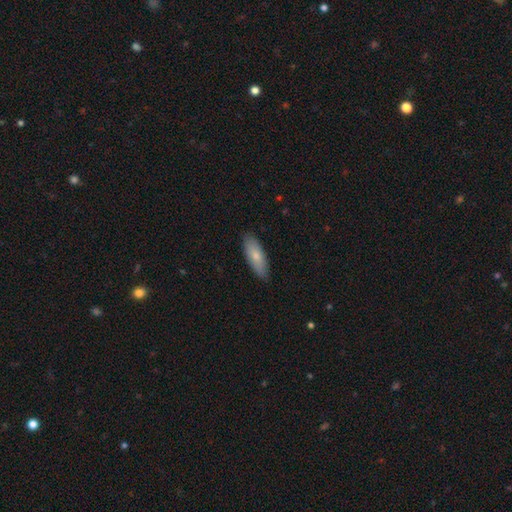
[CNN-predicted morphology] Smooth or featured? smooth (77%)
How rounded? in between (68%)
Merging? none (86%)